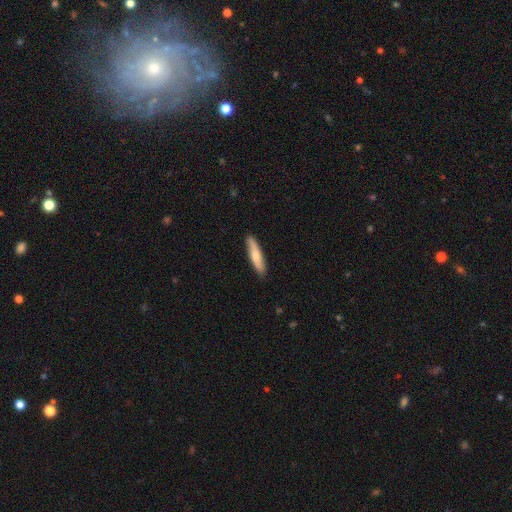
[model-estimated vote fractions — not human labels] Overall: smooth (68%). How rounded: cigar-shaped (83%). Merging: none (89%).